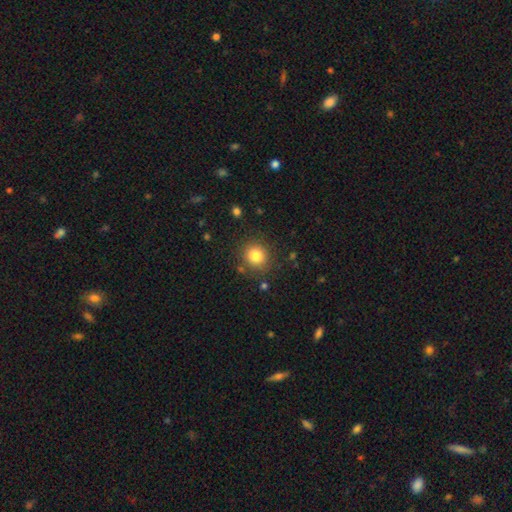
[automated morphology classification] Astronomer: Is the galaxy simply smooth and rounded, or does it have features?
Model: smooth — 81%.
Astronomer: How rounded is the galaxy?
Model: round — 86%.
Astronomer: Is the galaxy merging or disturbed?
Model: none — 86%.